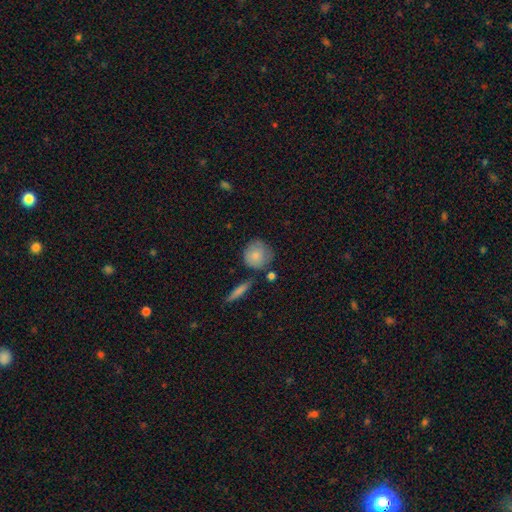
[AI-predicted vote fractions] A smooth galaxy with no disk features (78%) that is round (86%). Merging: none (63%).